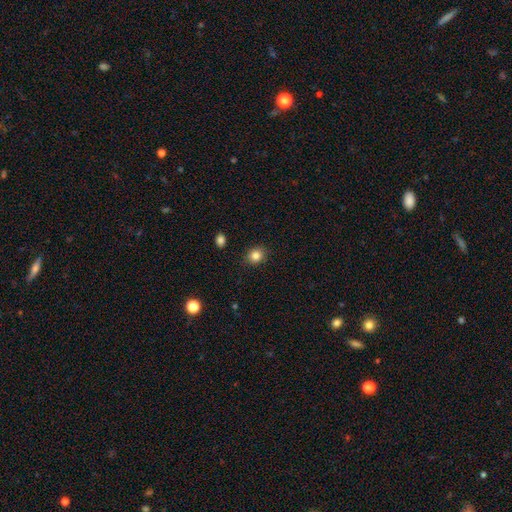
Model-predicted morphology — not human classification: smooth 84%, star or artifact 11%, featured or disk 5%. Down the decision tree: how rounded — round (67%); merging — none (88%).